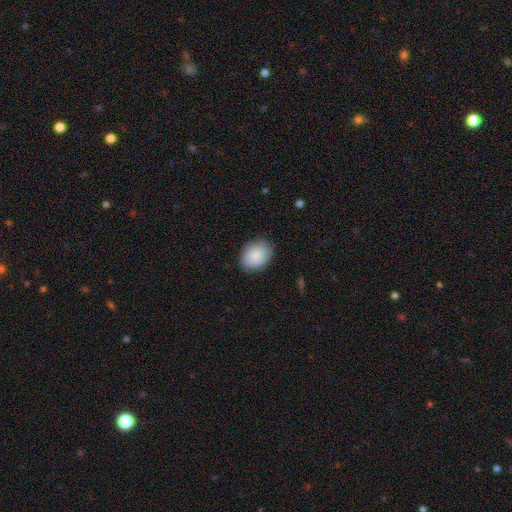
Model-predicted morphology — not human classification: Smooth or featured? smooth (88%)
How rounded? in between (68%)
Merging? none (85%)